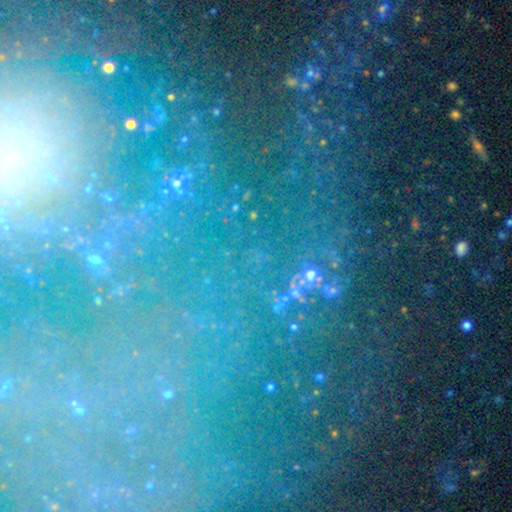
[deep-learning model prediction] Smooth or featured: star or artifact — 75% (featured or disk — 13%)